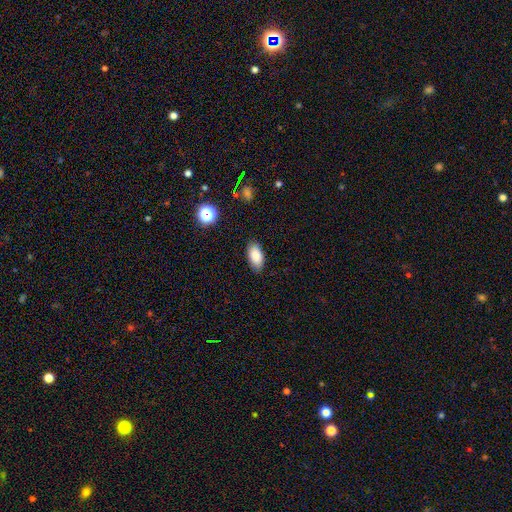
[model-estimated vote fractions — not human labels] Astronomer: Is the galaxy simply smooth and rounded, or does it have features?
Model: smooth — 86%.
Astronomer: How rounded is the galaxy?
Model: in between — 93%.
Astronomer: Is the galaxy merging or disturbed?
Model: none — 85%.